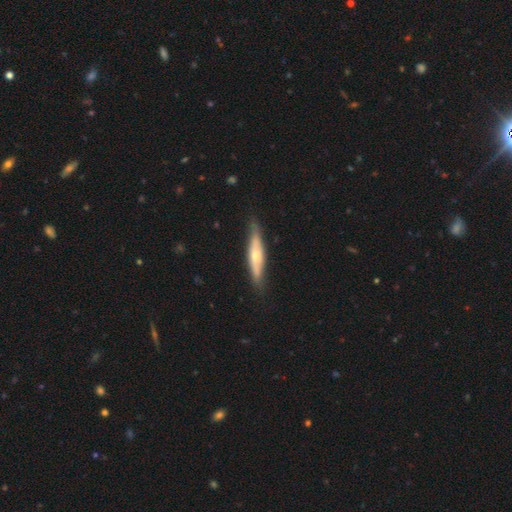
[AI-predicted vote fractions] A featured or disk galaxy (58%) viewed edge-on (83%).

Vote fractions:
- Smooth or featured? featured or disk: 58% / smooth: 37% / star or artifact: 5%
- Edge-on disk? yes: 83% / no: 17%
- Merging? none: 80% / minor disturbance: 15% / major disturbance: 3% / merger: 1%